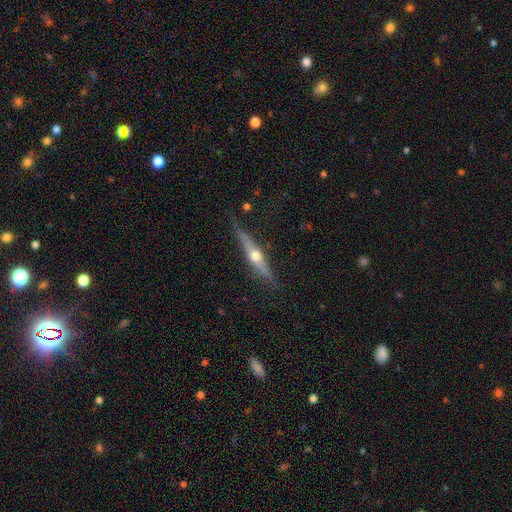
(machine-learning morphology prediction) Smooth or featured? featured or disk (71%)
Edge-on disk? yes (96%)
Edge-on bulge? rounded (94%)
Merging? none (81%)